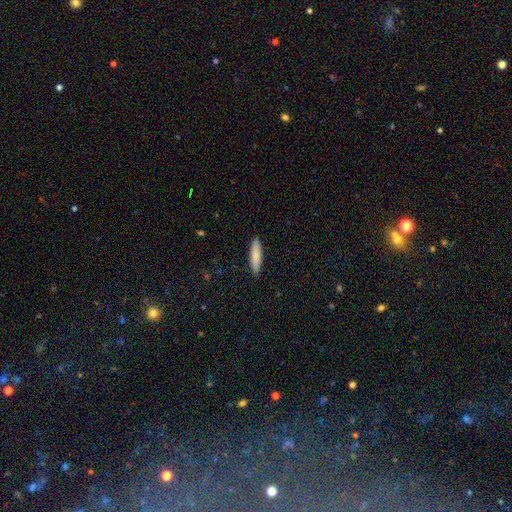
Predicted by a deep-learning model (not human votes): Smooth or featured?
  - smooth: 83% *
  - featured or disk: 12%
  - star or artifact: 5%
How rounded?
  - cigar-shaped: 71% *
  - in between: 27%
  - round: 1%
Merging?
  - none: 88% *
  - minor disturbance: 9%
  - major disturbance: 2%
  - merger: 1%